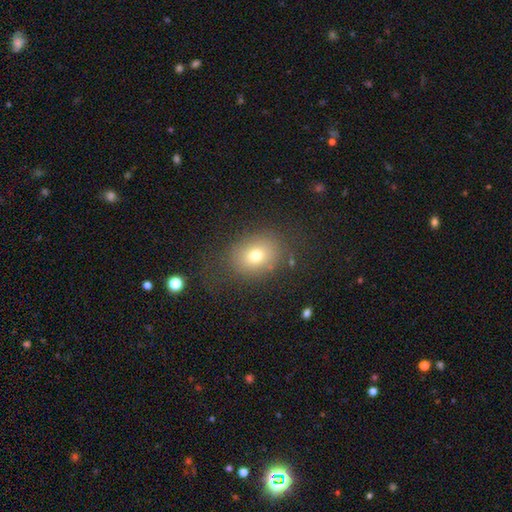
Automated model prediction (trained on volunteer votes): A smooth galaxy with no disk features (72%) that is in between round and cigar-shaped (51%). Merging: none (73%).